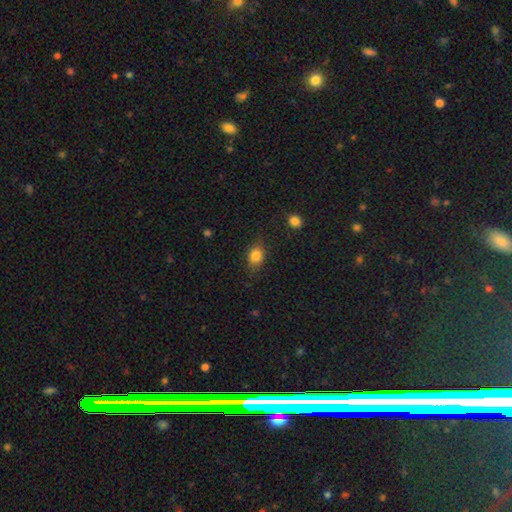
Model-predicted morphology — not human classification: Smooth or featured? Predicted: smooth (p=0.83). How rounded? Predicted: in between (p=0.58). Merging? Predicted: none (p=0.77).